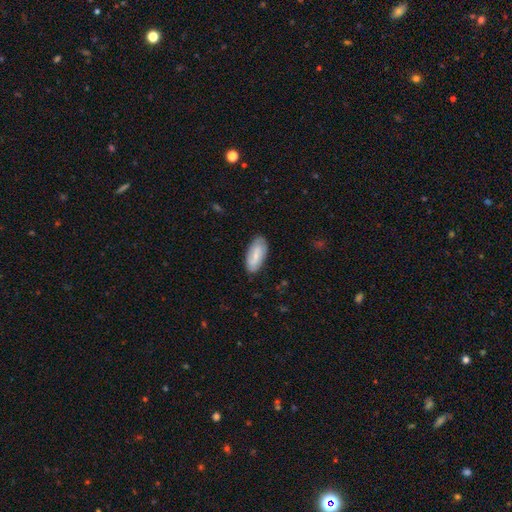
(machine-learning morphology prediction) Q: Smooth or featured?
A: smooth (60%); runner-up: featured or disk (34%)
Q: How rounded?
A: in between (89%); runner-up: cigar-shaped (9%)
Q: Merging?
A: none (82%); runner-up: minor disturbance (14%)